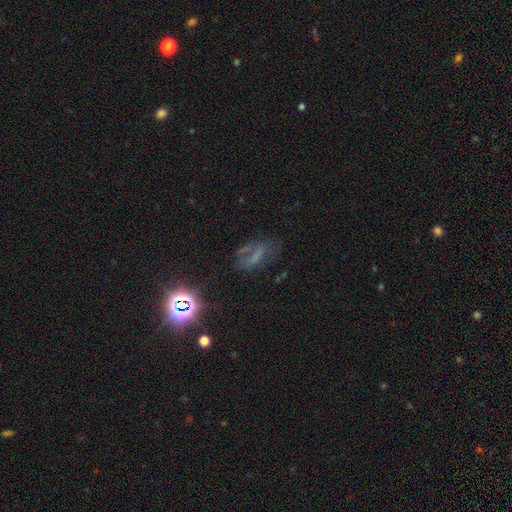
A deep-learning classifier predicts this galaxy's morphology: Smooth or featured?
  - star or artifact: 36% *
  - featured or disk: 33%
  - smooth: 32%